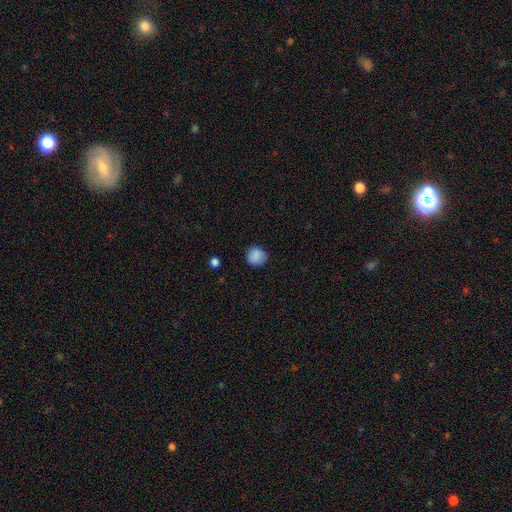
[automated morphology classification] This appears to be a smooth galaxy with no disk features (85%) that is round (85%). Merging: none (82%).